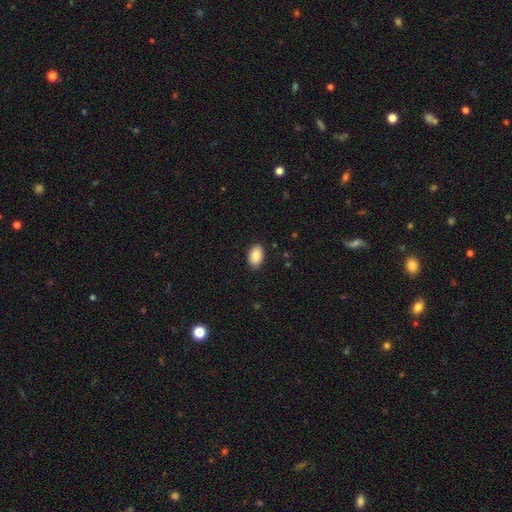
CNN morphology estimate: Overall: smooth (90%). How rounded: in between (92%). Merging: none (88%).